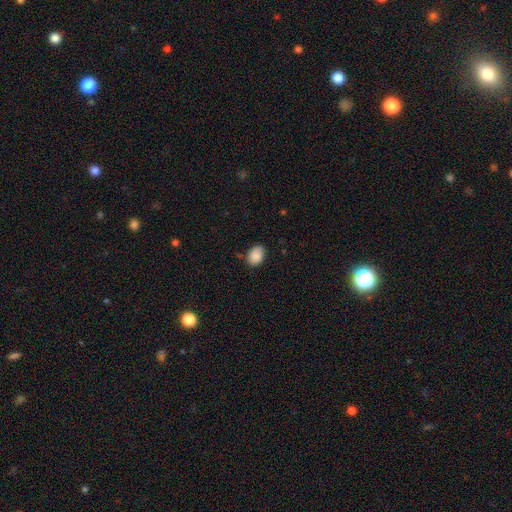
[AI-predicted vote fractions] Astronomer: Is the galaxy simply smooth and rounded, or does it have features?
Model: smooth — 88%.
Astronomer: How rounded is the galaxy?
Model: in between — 76%.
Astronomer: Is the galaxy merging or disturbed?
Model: none — 77%.